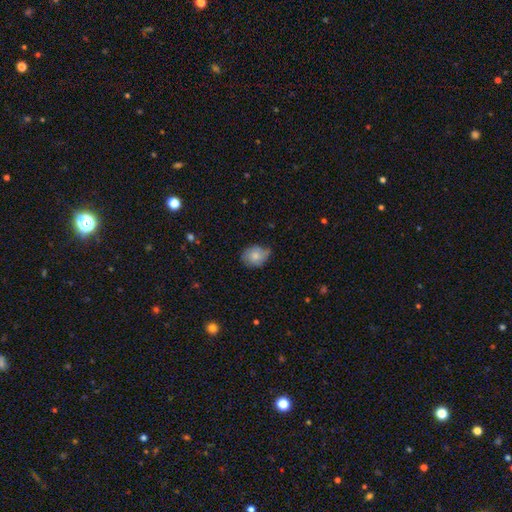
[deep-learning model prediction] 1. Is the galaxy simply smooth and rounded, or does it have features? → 75% smooth, 17% featured or disk, 8% star or artifact.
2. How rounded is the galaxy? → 55% round, 44% in between, 1% cigar-shaped.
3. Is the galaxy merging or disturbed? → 55% none, 36% minor disturbance, 7% major disturbance, 2% merger.